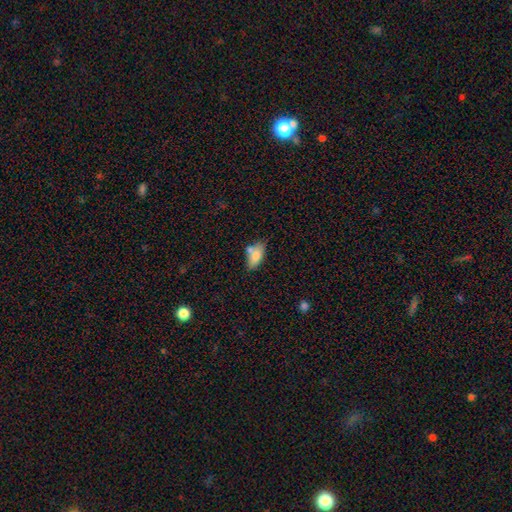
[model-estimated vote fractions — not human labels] Smooth or featured? smooth (79%)
How rounded? in between (85%)
Merging? none (60%)